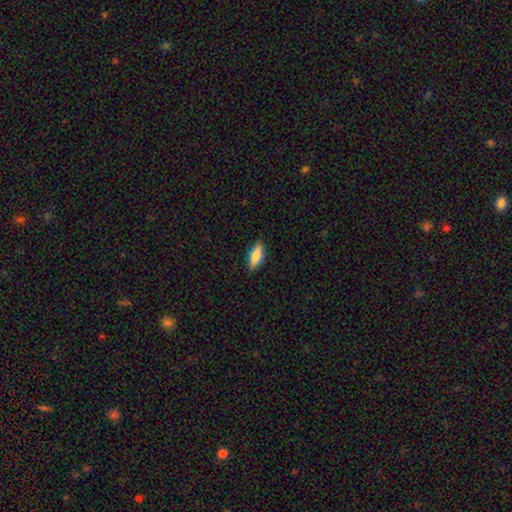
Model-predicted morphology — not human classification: smooth_or_featured: smooth (p=0.77) [alt: featured or disk p=0.17]
how_rounded: in between (p=0.66) [alt: cigar-shaped p=0.32]
merging: none (p=0.89) [alt: minor disturbance p=0.09]